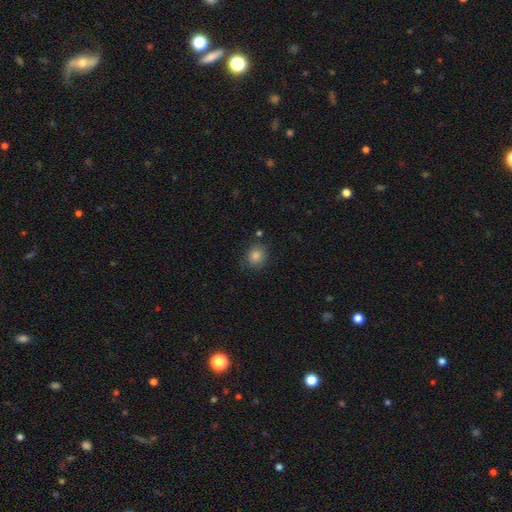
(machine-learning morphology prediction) smooth-or-featured: smooth: 80% | star or artifact: 13% | featured or disk: 7%
  how-rounded: round: 83% | in between: 16% | cigar-shaped: 1%
  merging: none: 80% | minor disturbance: 13% | major disturbance: 4% | merger: 3%